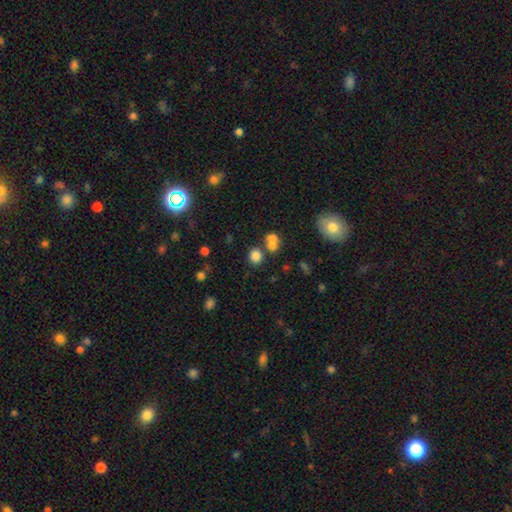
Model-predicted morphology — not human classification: Q: Smooth or featured?
A: smooth (76%); runner-up: star or artifact (16%)
Q: How rounded?
A: round (78%); runner-up: in between (21%)
Q: Merging?
A: none (60%); runner-up: merger (29%)